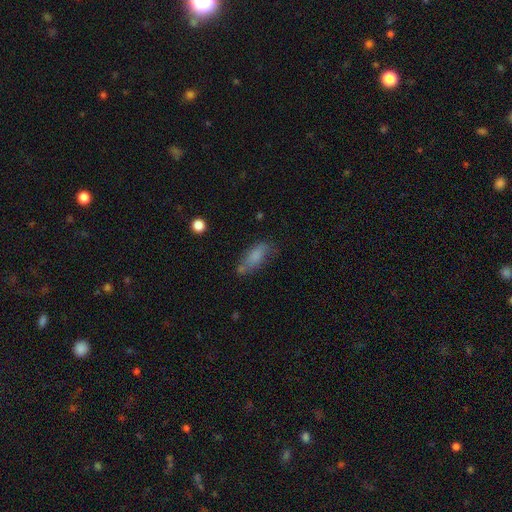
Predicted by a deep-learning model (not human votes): A smooth galaxy with no disk features (76%) that is in between round and cigar-shaped (71%). Merging: none (56%).